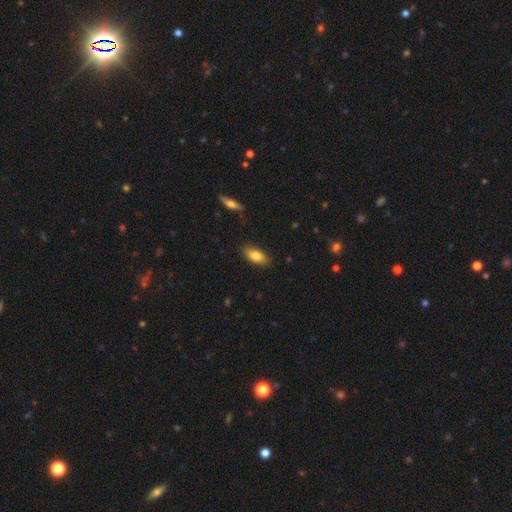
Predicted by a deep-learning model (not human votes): Smooth or featured? Predicted: smooth (p=0.82). How rounded? Predicted: in between (p=0.85). Merging? Predicted: none (p=0.87).